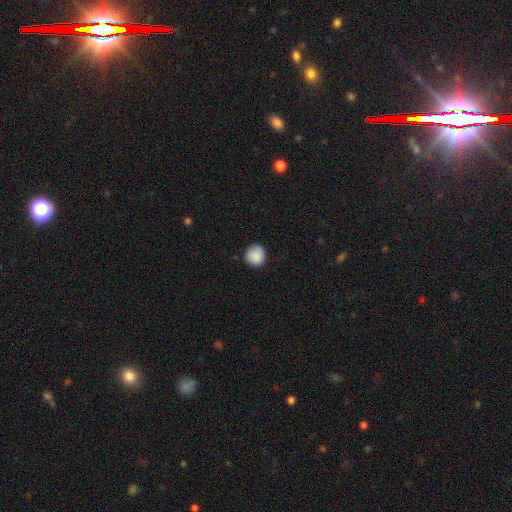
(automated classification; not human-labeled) smooth-or-featured: smooth: 89% | star or artifact: 8% | featured or disk: 3%
  how-rounded: round: 93% | in between: 6% | cigar-shaped: 1%
  merging: none: 88% | minor disturbance: 9% | major disturbance: 2% | merger: 1%